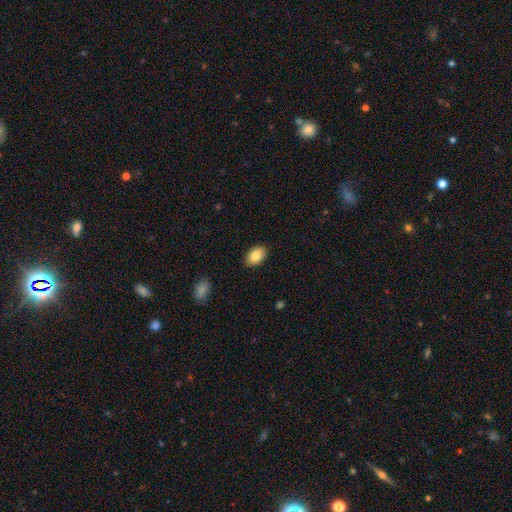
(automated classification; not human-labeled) This appears to be a smooth galaxy with no disk features (86%) that is in between round and cigar-shaped (89%). Merging: none (89%).